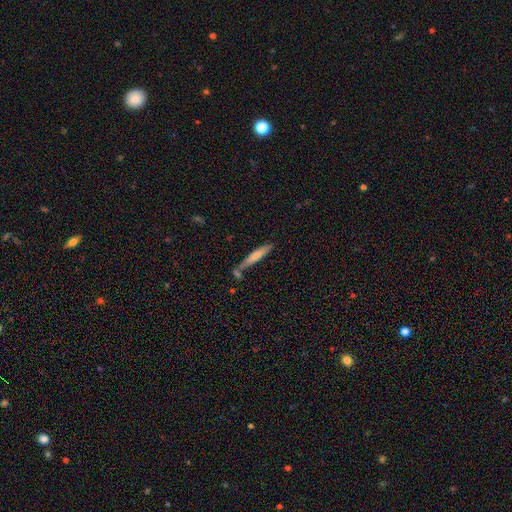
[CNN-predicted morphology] Q: Smooth or featured?
A: smooth (67%); runner-up: featured or disk (27%)
Q: How rounded?
A: cigar-shaped (92%); runner-up: in between (6%)
Q: Merging?
A: none (69%); runner-up: minor disturbance (16%)